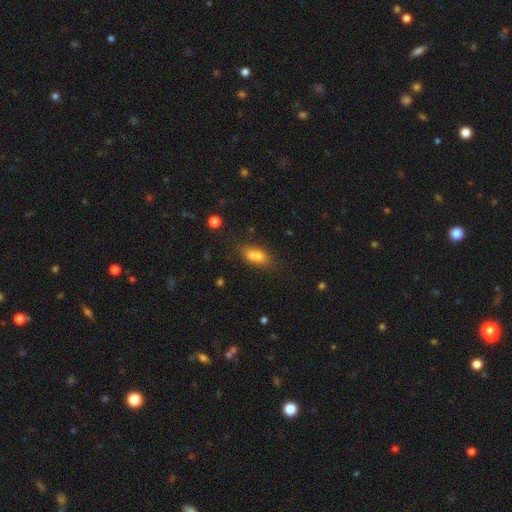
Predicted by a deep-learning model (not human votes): Overall: smooth (69%). How rounded: in between (73%). Merging: merger (43%; none 38%).